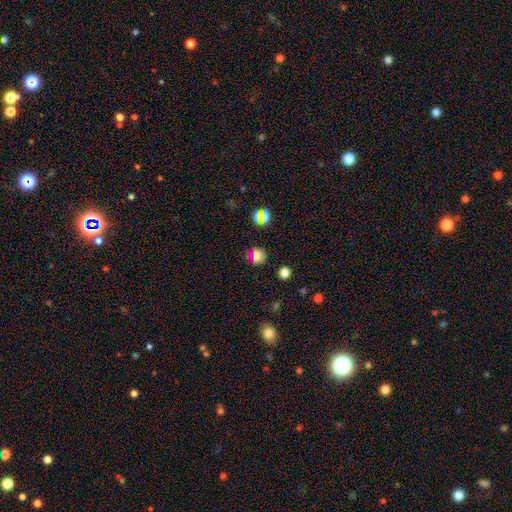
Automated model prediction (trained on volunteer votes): A smooth galaxy with no disk features (70%) that is round (82%). Merging: none (79%).